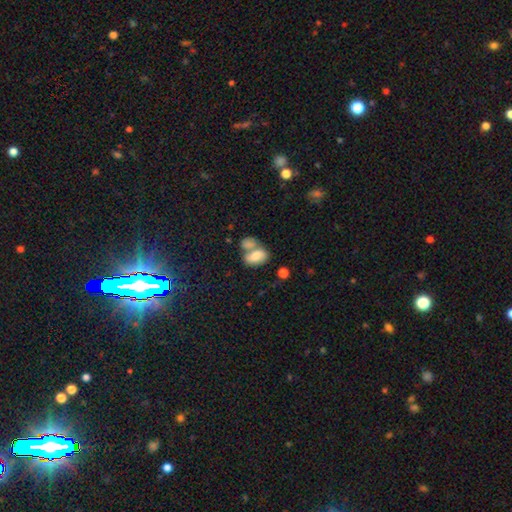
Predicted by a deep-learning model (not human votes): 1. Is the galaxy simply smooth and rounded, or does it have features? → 76% smooth, 15% featured or disk, 8% star or artifact.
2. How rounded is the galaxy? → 88% in between, 10% round, 2% cigar-shaped.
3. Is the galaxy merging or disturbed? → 57% merger, 25% none, 11% minor disturbance, 6% major disturbance.